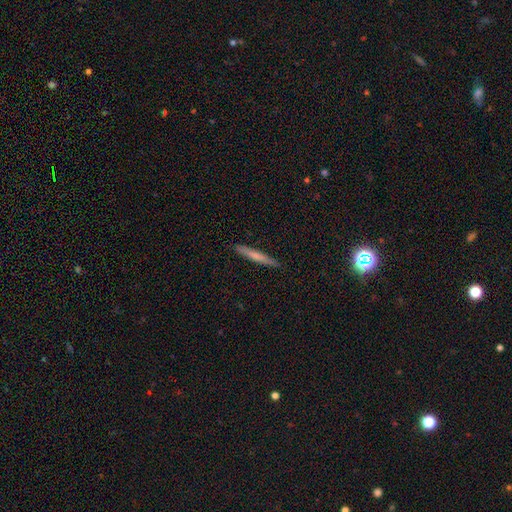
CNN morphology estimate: smooth-or-featured: smooth: 62% | featured or disk: 32% | star or artifact: 6%
  how-rounded: cigar-shaped: 96% | in between: 3% | round: 1%
  merging: none: 91% | minor disturbance: 7% | major disturbance: 1% | merger: 1%